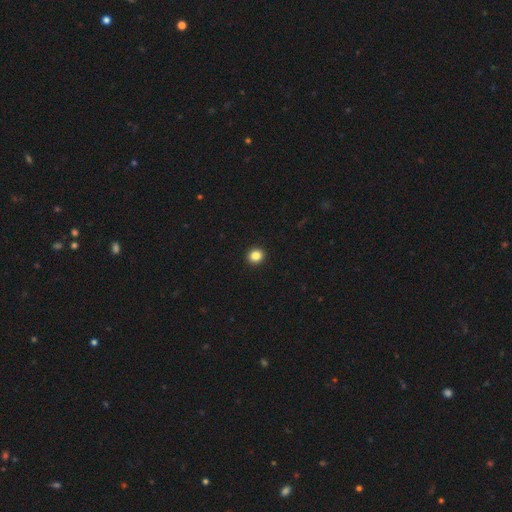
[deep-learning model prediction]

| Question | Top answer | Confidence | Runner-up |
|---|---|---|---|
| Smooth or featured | smooth | 85% | star or artifact (11%) |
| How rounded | round | 88% | in between (11%) |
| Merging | none | 94% | minor disturbance (4%) |